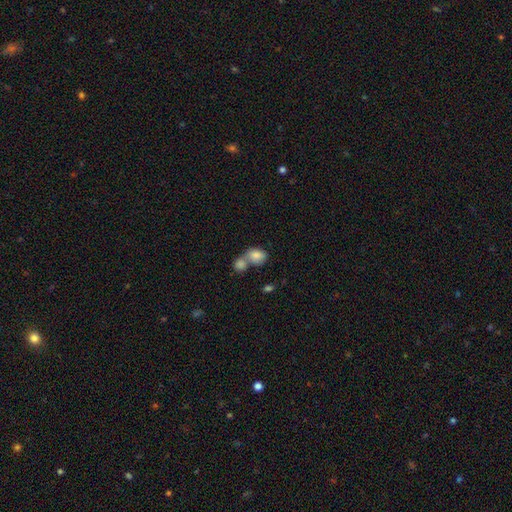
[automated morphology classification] Smooth or featured?
  - smooth: 82% *
  - featured or disk: 10%
  - star or artifact: 8%
How rounded?
  - in between: 61% *
  - round: 38%
  - cigar-shaped: 1%
Merging?
  - merger: 63% *
  - none: 24%
  - minor disturbance: 8%
  - major disturbance: 4%